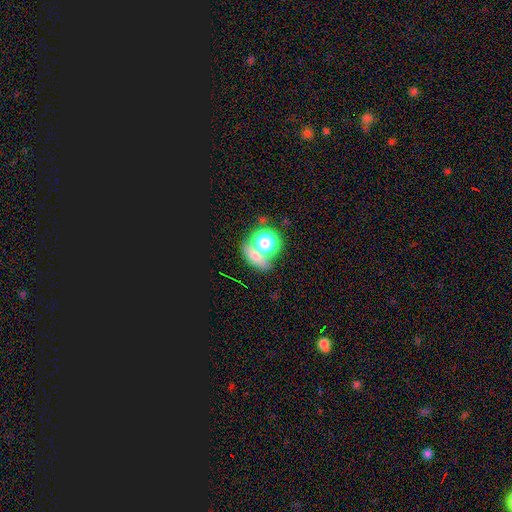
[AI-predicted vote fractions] smooth-or-featured: smooth: 55% | star or artifact: 32% | featured or disk: 12%
  how-rounded: round: 57% | in between: 36% | cigar-shaped: 6%
  merging: none: 52% | merger: 29% | minor disturbance: 12% | major disturbance: 8%